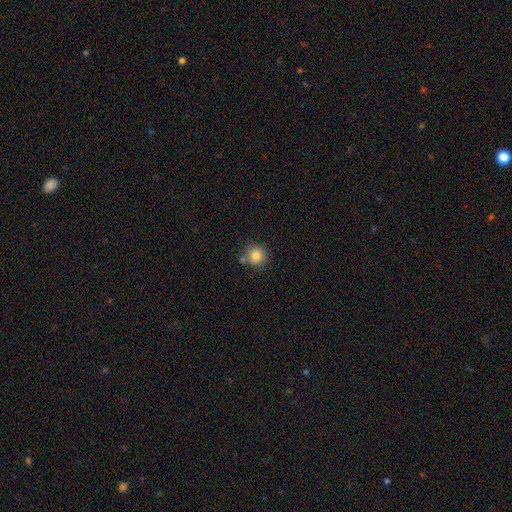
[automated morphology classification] smooth 83%, star or artifact 10%, featured or disk 7%. Down the decision tree: how rounded — round (92%); merging — none (73%).